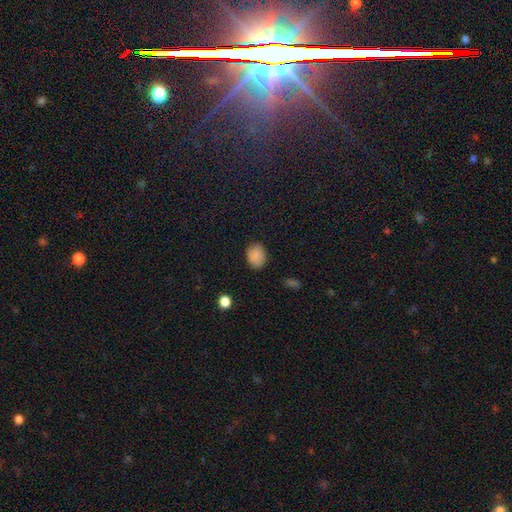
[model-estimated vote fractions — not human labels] smooth-or-featured: smooth: 87% | star or artifact: 9% | featured or disk: 4%
  how-rounded: in between: 63% | round: 36% | cigar-shaped: 1%
  merging: none: 83% | minor disturbance: 13% | major disturbance: 3% | merger: 1%